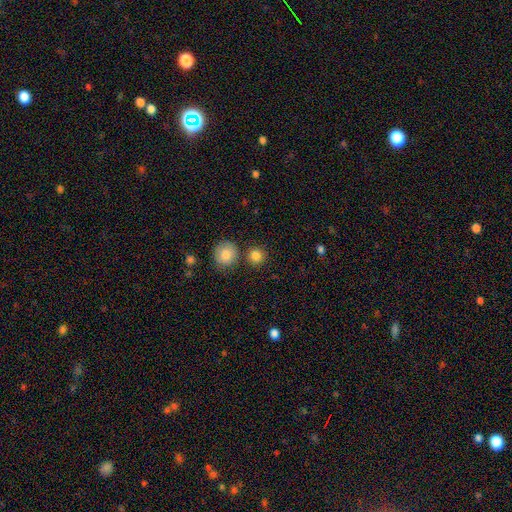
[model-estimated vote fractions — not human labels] Smooth or featured? Predicted: smooth (p=0.84). How rounded? Predicted: round (p=0.92). Merging? Predicted: none (p=0.80).